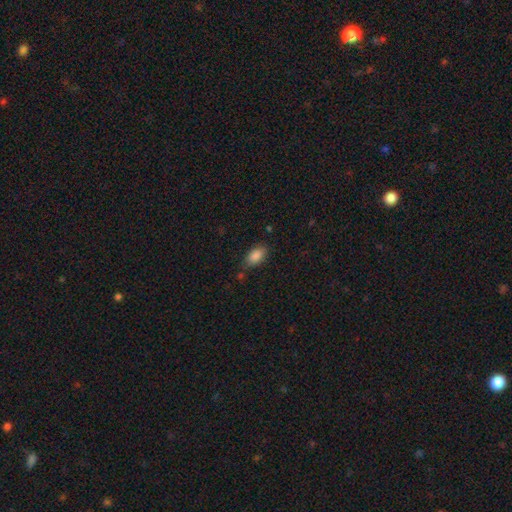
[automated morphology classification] Smooth or featured?
  - smooth: 87% *
  - star or artifact: 8%
  - featured or disk: 5%
How rounded?
  - in between: 92% *
  - round: 4%
  - cigar-shaped: 4%
Merging?
  - none: 76% *
  - minor disturbance: 17%
  - major disturbance: 4%
  - merger: 3%